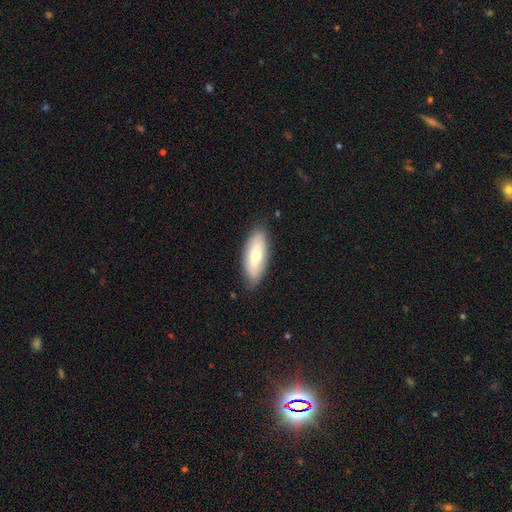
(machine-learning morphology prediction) This appears to be a smooth galaxy with no disk features (64%) that is in between round and cigar-shaped (80%). Merging: none (83%).